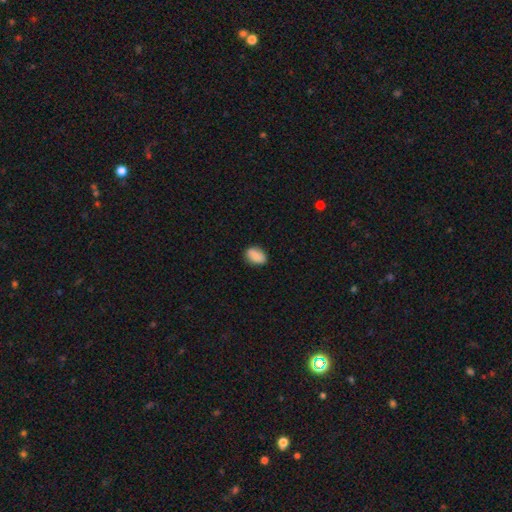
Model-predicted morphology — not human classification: A smooth galaxy with no disk features (86%) that is in between round and cigar-shaped (86%). Merging: none (84%).